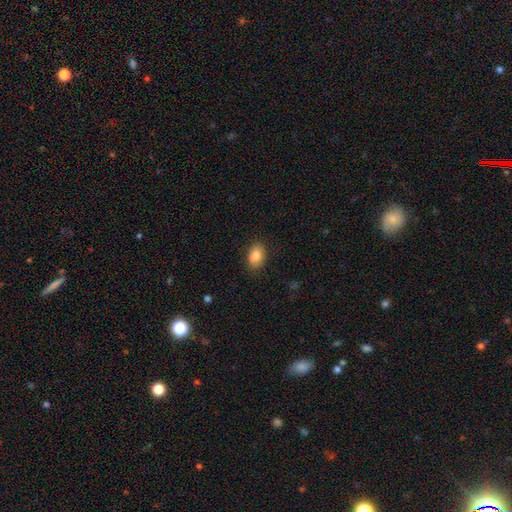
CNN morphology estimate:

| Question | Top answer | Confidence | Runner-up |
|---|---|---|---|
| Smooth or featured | smooth | 85% | star or artifact (8%) |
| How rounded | in between | 88% | round (11%) |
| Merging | none | 82% | minor disturbance (13%) |